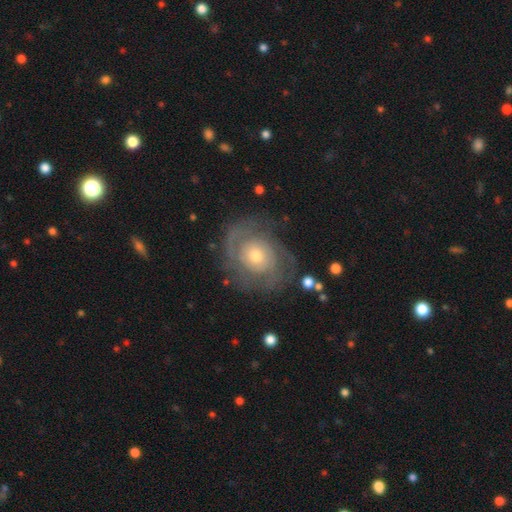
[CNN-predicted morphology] Smooth or featured? Predicted: featured or disk (p=0.81). Edge-on disk? Predicted: no (p=0.97). Bar? Predicted: no (p=0.80). Spiral arms? Predicted: yes (p=0.90). Spiral winding? Predicted: tight (p=0.60). Spiral arm count? Predicted: 2 (p=0.38). Bulge size? Predicted: moderate (p=0.51). Merging? Predicted: none (p=0.73).